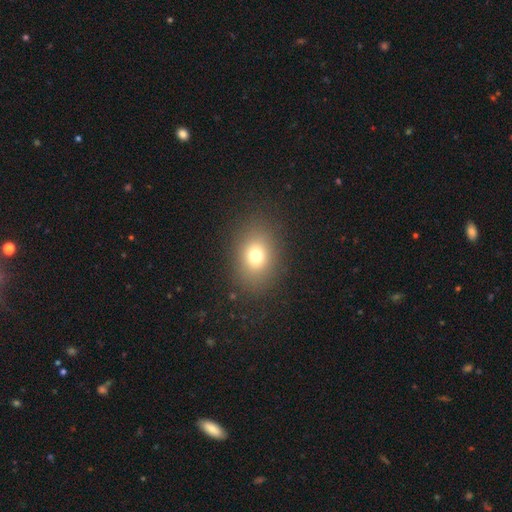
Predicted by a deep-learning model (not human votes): smooth-or-featured: smooth: 73% | star or artifact: 15% | featured or disk: 12%
  how-rounded: in between: 60% | round: 39% | cigar-shaped: 1%
  merging: none: 85% | minor disturbance: 9% | major disturbance: 5% | merger: 1%